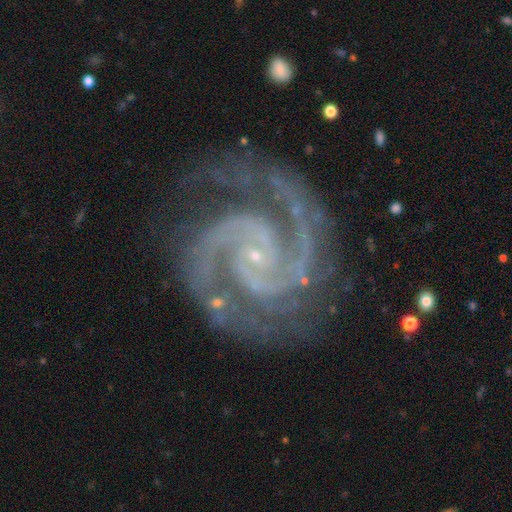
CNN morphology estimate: A featured or disk galaxy (94%) with no bar (60%), 2 (88%) tight (57%) spiral arms (99%) and a small central bulge (87%).

Vote fractions:
- Smooth or featured? featured or disk: 94% / star or artifact: 4% / smooth: 2%
- Edge-on disk? no: 98% / yes: 2%
- Bar? no: 60% / weak: 26% / strong: 14%
- Spiral arms? yes: 99% / no: 1%
- Spiral winding? tight: 57% / medium: 40% / loose: 4%
- Spiral arm count? 2: 88% / 3: 5% / can't tell: 2% / 4: 2% / more than 4: 2% / 1: 2%
- Bulge size? small: 87% / moderate: 6% / none: 5% / large: 1% / dominant: 1%
- Merging? none: 78% / minor disturbance: 15% / major disturbance: 5% / merger: 2%